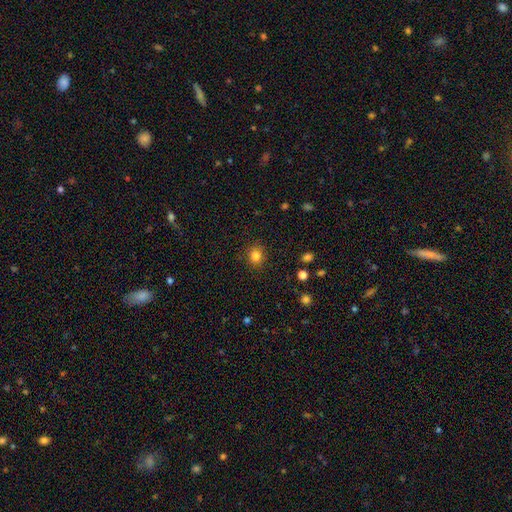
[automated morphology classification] Smooth or featured?
  - smooth: 83% *
  - star or artifact: 12%
  - featured or disk: 5%
How rounded?
  - round: 80% *
  - in between: 19%
  - cigar-shaped: 1%
Merging?
  - none: 86% *
  - minor disturbance: 9%
  - major disturbance: 3%
  - merger: 1%